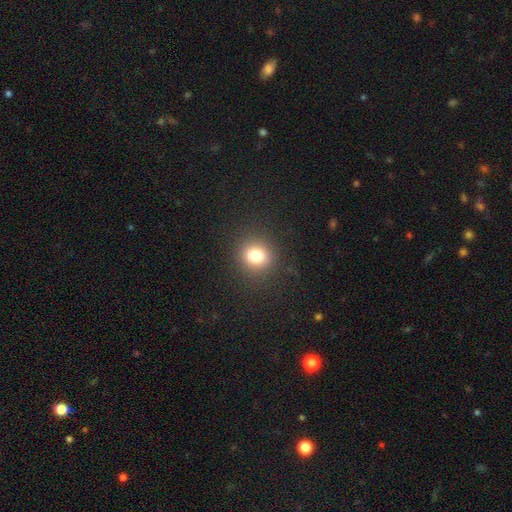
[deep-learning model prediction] Overall: smooth (80%). How rounded: round (86%). Merging: none (89%).